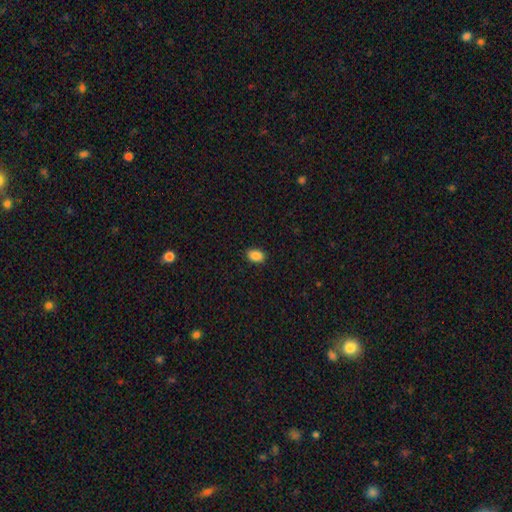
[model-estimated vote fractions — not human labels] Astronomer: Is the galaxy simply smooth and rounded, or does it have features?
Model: smooth — 89%.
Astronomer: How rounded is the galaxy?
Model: in between — 84%.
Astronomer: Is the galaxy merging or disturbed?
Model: none — 89%.